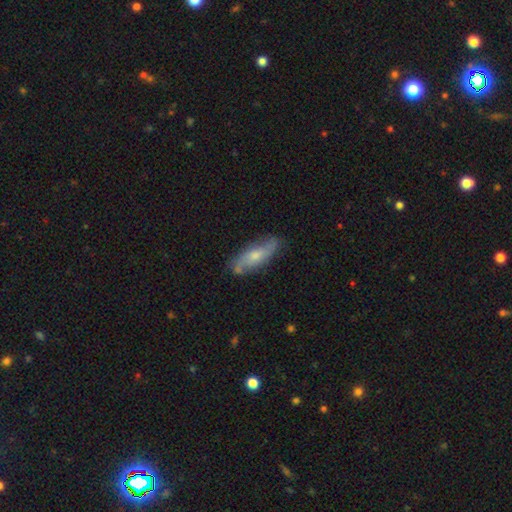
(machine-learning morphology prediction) Smooth or featured?
  - featured or disk: 55% *
  - smooth: 38%
  - star or artifact: 7%
Edge-on disk?
  - no: 70% *
  - yes: 30%
Merging?
  - none: 78% *
  - minor disturbance: 17%
  - major disturbance: 3%
  - merger: 2%